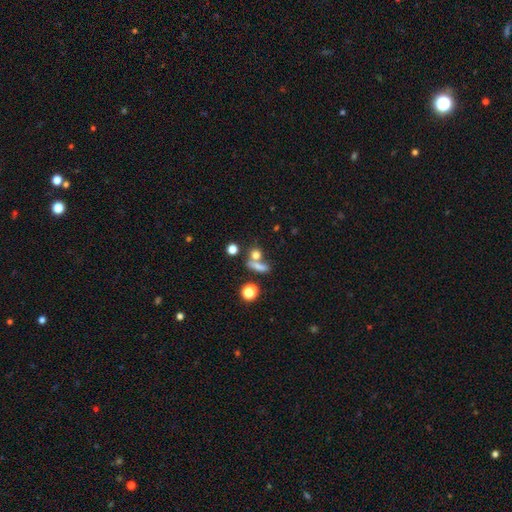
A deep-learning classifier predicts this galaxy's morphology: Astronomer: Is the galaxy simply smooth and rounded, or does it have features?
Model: smooth — 72%.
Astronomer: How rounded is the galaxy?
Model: round — 55%.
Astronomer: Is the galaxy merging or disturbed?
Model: none — 51% (runner-up: merger, 34%).